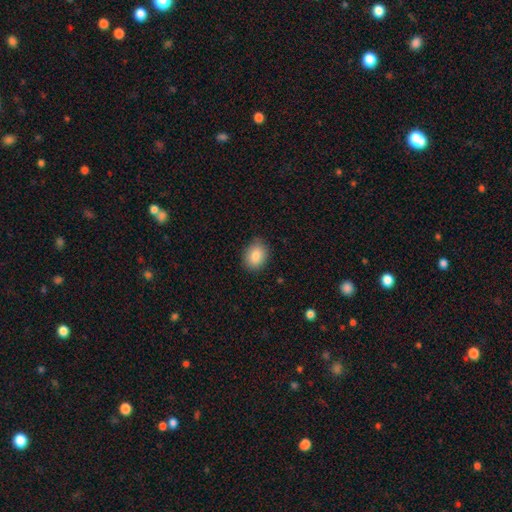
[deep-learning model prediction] Smooth or featured: smooth — 85% (star or artifact — 8%)
How rounded: in between — 66% (round — 33%)
Merging: none — 84% (minor disturbance — 12%)